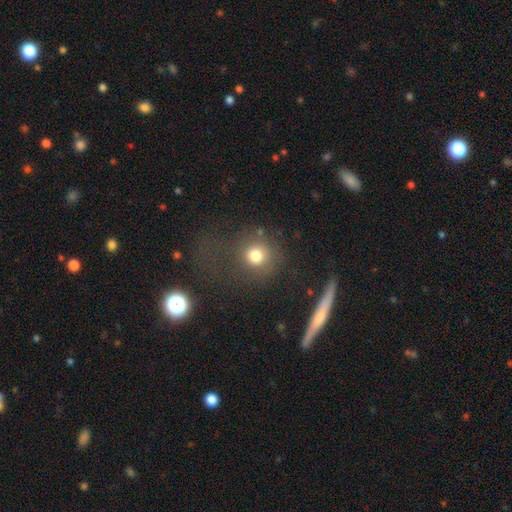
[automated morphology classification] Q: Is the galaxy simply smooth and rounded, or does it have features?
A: smooth — 77%.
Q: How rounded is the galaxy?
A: round — 87%.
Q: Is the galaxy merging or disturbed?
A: none — 60%.